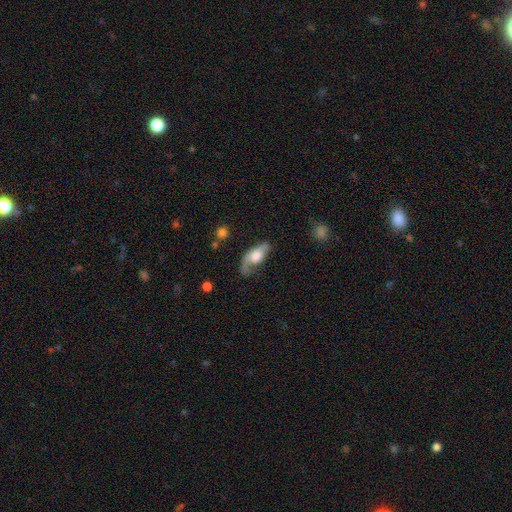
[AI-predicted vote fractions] A smooth galaxy with no disk features (47%). Merging: none (43%).